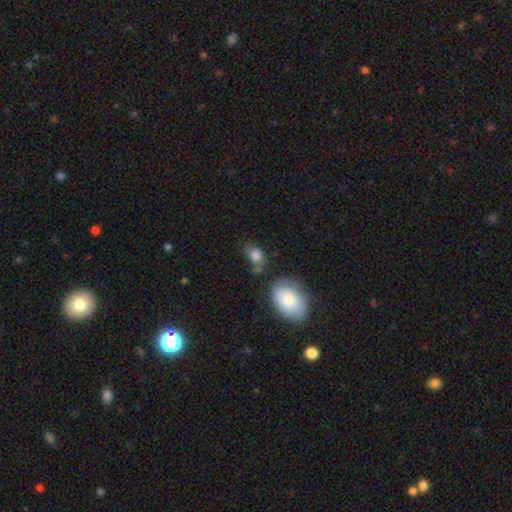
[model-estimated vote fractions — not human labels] Morphology: type=smooth (78%); roundness=in between (70%); merging=none (43%).